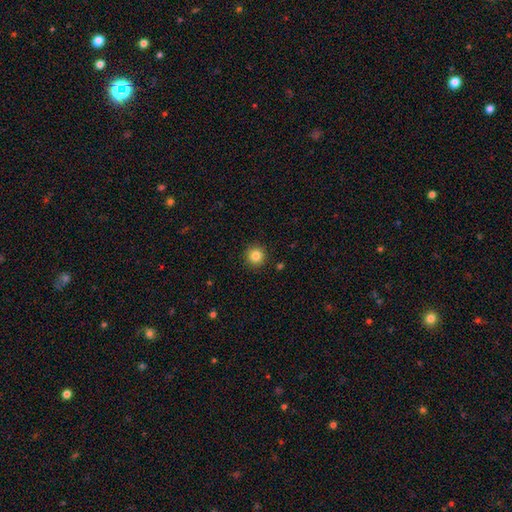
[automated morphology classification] type=smooth (84%); roundness=round (95%); merging=none (91%).